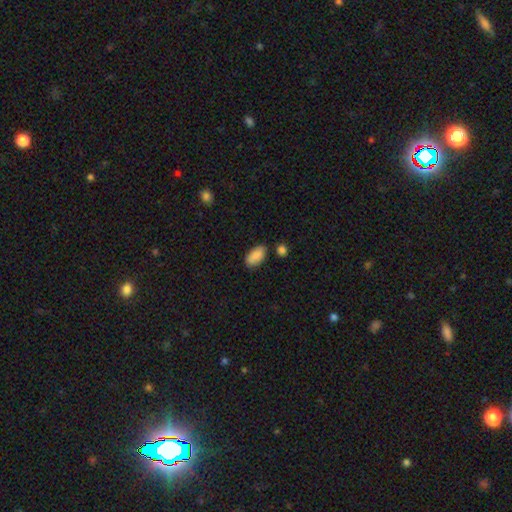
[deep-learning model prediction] A smooth galaxy with no disk features (89%) that is in between round and cigar-shaped (92%).

Vote fractions:
- Smooth or featured? smooth: 89% / star or artifact: 7% / featured or disk: 4%
- How rounded? in between: 92% / cigar-shaped: 5% / round: 3%
- Merging? none: 79% / minor disturbance: 13% / merger: 5% / major disturbance: 3%